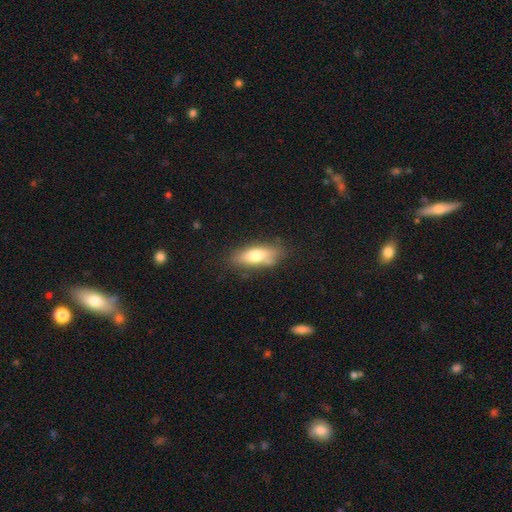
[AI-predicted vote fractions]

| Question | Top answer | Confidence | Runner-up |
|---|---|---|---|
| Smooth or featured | smooth | 70% | featured or disk (23%) |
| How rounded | in between | 70% | cigar-shaped (27%) |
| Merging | none | 69% | minor disturbance (21%) |